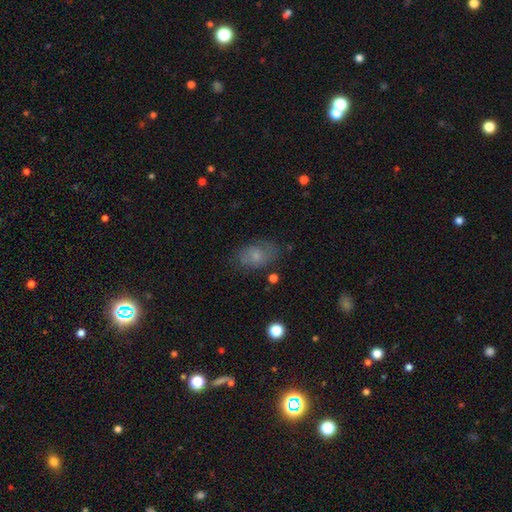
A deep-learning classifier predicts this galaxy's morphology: Smooth or featured? smooth (59%)
How rounded? in between (86%)
Merging? none (70%)